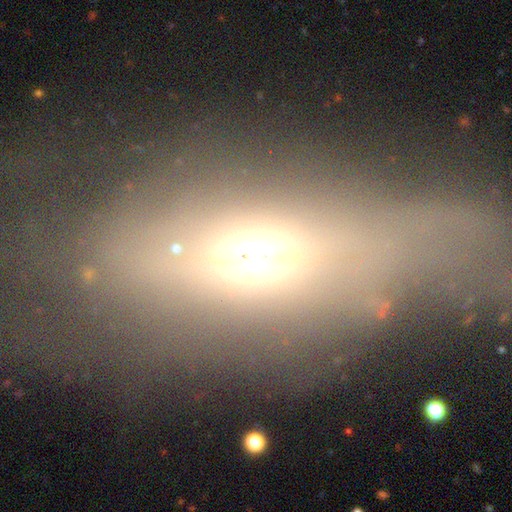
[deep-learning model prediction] A smooth galaxy with no disk features (44%). Merging: none (65%).